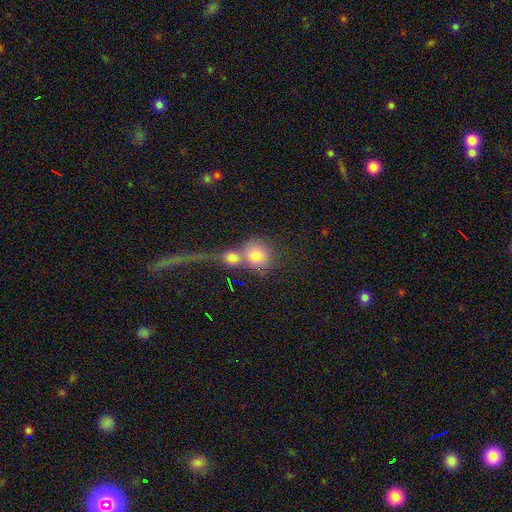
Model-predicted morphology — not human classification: smooth_or_featured: smooth (p=0.62) [alt: star or artifact p=0.21]
how_rounded: round (p=0.76) [alt: in between p=0.21]
merging: merger (p=0.47) [alt: none p=0.36]